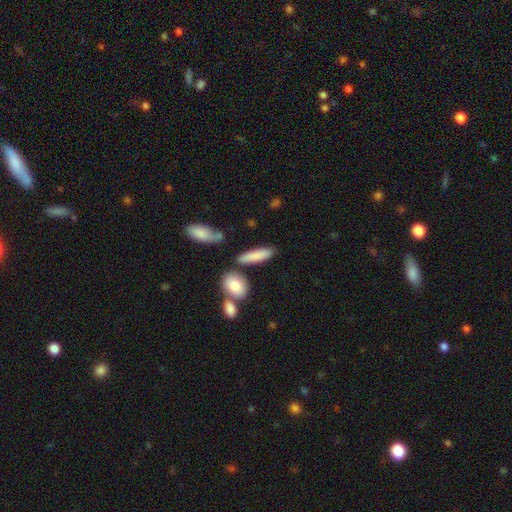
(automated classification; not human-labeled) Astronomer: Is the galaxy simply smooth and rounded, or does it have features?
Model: smooth — 82%.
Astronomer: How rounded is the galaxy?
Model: cigar-shaped — 61%.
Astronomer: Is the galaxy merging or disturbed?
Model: none — 77%.